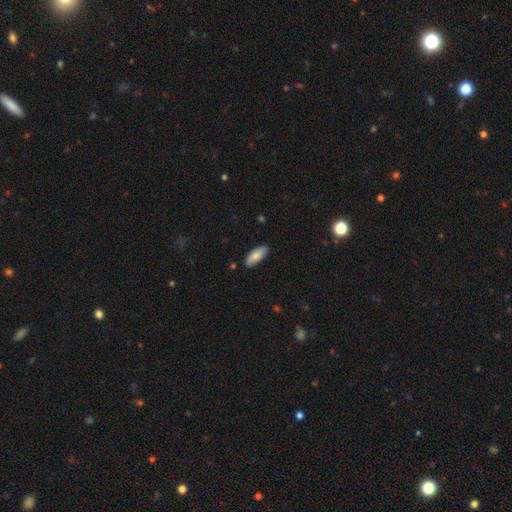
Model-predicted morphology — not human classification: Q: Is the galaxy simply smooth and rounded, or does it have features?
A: smooth — 82%.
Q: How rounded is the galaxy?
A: in between — 81%.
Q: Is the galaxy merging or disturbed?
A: none — 84%.